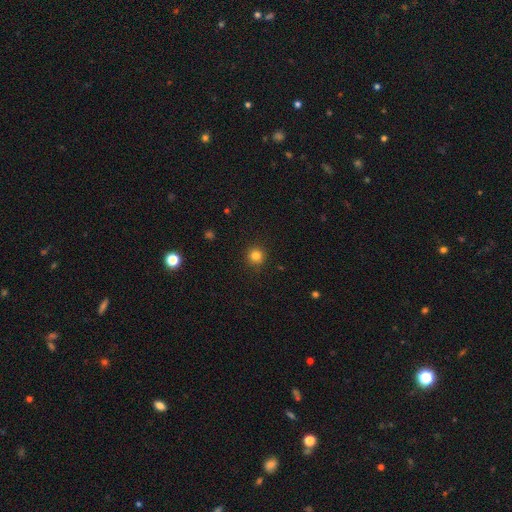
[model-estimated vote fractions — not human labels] A smooth galaxy with no disk features (81%) that is round (94%).

Vote fractions:
- Smooth or featured? smooth: 81% / star or artifact: 14% / featured or disk: 5%
- How rounded? round: 94% / in between: 5% / cigar-shaped: 1%
- Merging? none: 91% / minor disturbance: 6% / major disturbance: 2% / merger: 1%